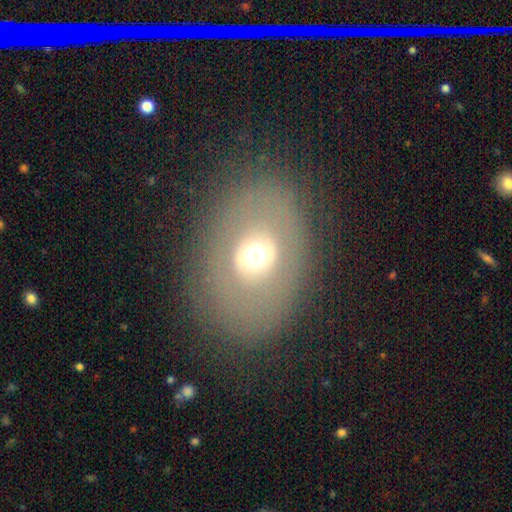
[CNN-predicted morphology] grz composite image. It shows a smooth galaxy with no disk features (48%). Merging: none (81%).